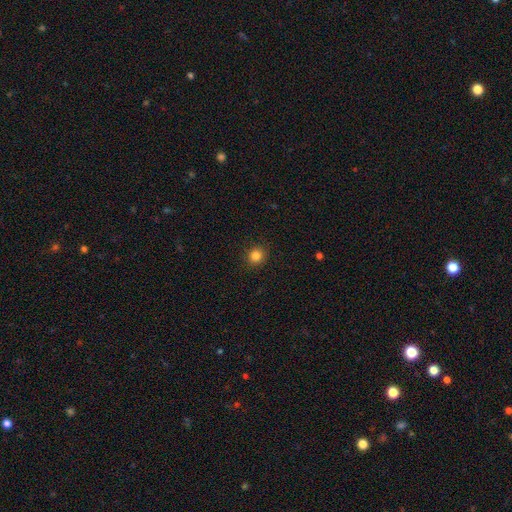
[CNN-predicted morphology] The model was most divided on "smooth or featured": smooth: 83%, star or artifact: 12%, featured or disk: 5%. More confident: merging — none (91%); how rounded — round (89%).